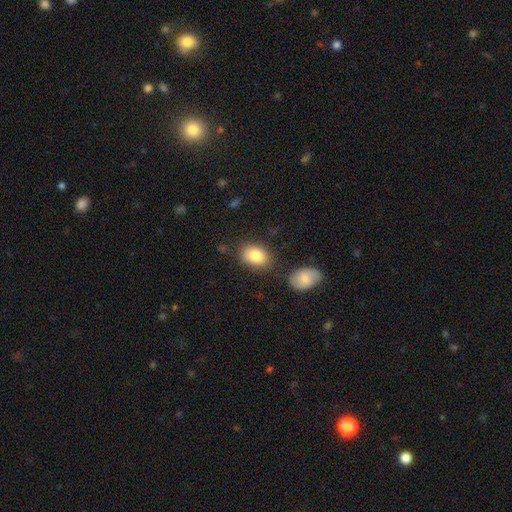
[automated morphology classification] Smooth or featured: smooth — 85% (featured or disk — 8%)
How rounded: in between — 76% (round — 23%)
Merging: none — 74% (minor disturbance — 16%)